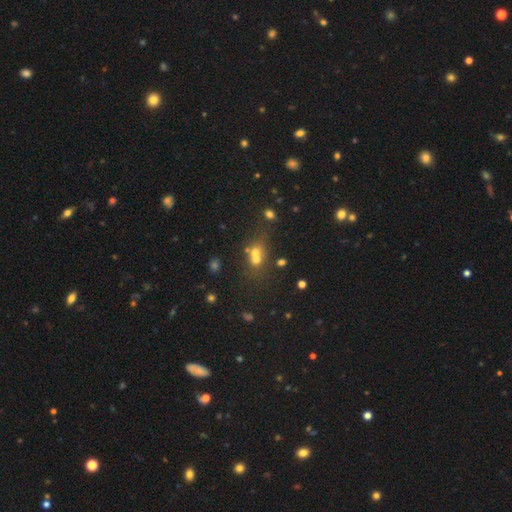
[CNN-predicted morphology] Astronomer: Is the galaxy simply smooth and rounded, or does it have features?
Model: smooth — 57%.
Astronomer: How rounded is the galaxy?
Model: round — 66%.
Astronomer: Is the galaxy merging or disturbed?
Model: merger — 55% (runner-up: none, 32%).